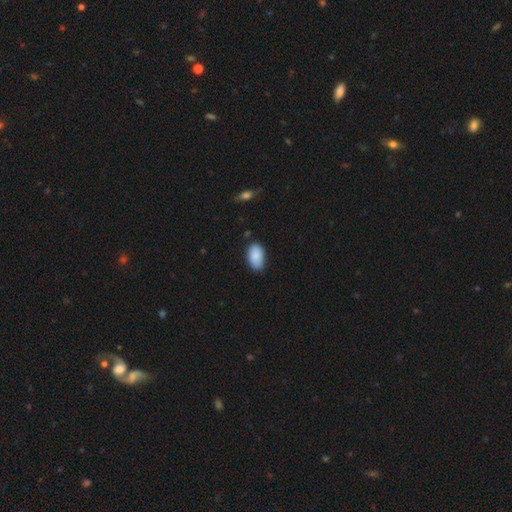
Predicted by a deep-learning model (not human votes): A smooth galaxy with no disk features (89%) that is in between round and cigar-shaped (94%). Merging: none (77%).